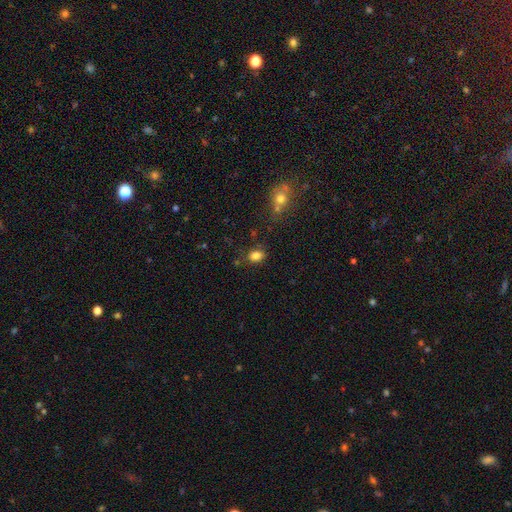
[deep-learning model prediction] Q: Smooth or featured?
A: smooth (83%); runner-up: star or artifact (12%)
Q: How rounded?
A: in between (61%); runner-up: round (37%)
Q: Merging?
A: none (77%); runner-up: minor disturbance (14%)